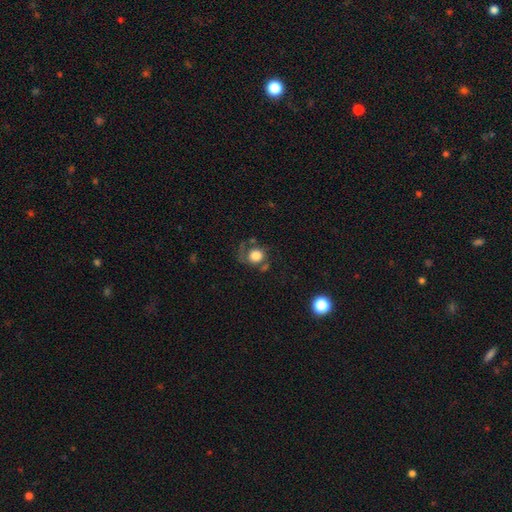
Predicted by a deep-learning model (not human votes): A smooth galaxy with no disk features (70%) that is round (79%). Merging: none (42%).